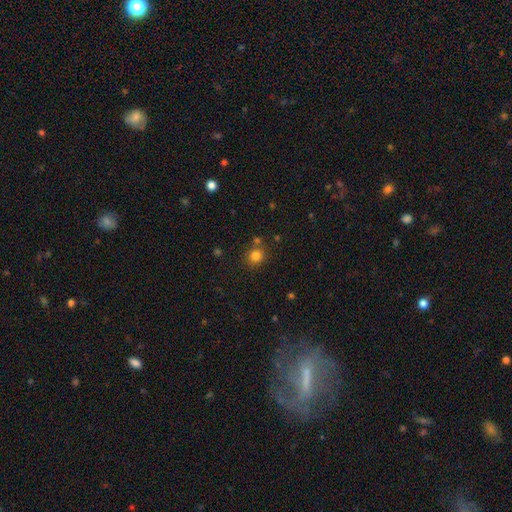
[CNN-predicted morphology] Smooth or featured: smooth — 81% (star or artifact — 14%)
How rounded: round — 87% (in between — 12%)
Merging: none — 77% (merger — 10%)